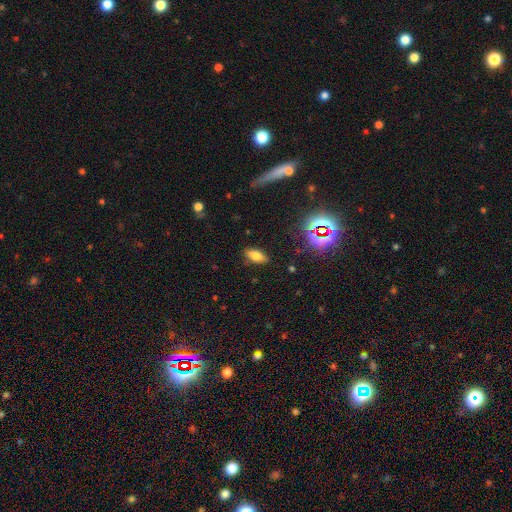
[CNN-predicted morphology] Q: Smooth or featured?
A: smooth (74%); runner-up: star or artifact (15%)
Q: How rounded?
A: in between (87%); runner-up: cigar-shaped (9%)
Q: Merging?
A: none (86%); runner-up: minor disturbance (10%)